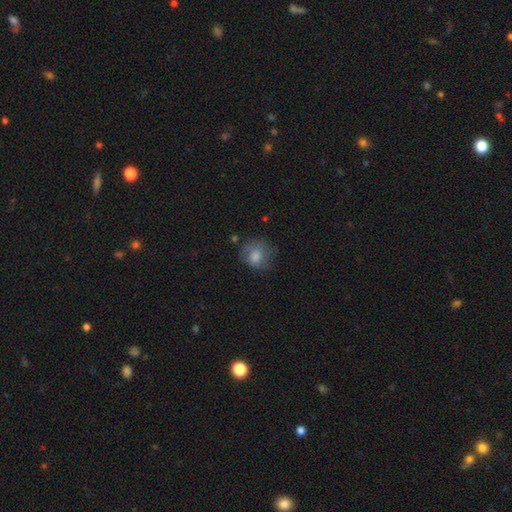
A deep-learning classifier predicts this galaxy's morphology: smooth 77%, featured or disk 14%, star or artifact 9%. Down the decision tree: how rounded — round (75%); merging — none (59%).